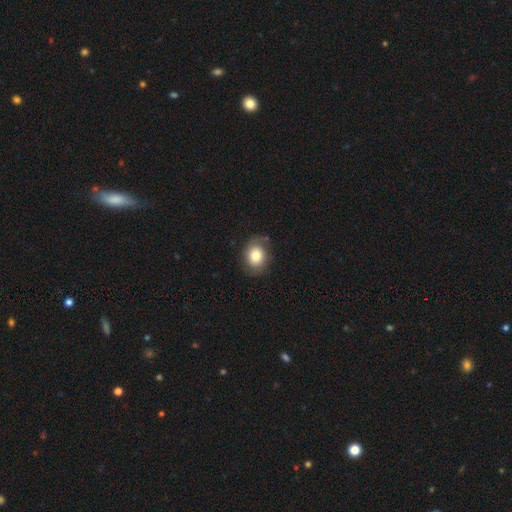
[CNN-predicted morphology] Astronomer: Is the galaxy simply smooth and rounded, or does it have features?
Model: smooth — 78%.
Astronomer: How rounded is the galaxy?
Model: round — 56% (runner-up: in between, 43%).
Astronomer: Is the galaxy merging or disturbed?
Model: none — 78%.